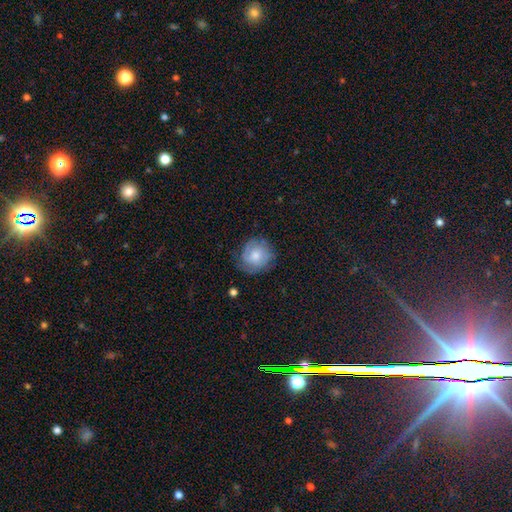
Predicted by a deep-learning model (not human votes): smooth 53%, featured or disk 39%, star or artifact 7%. Down the decision tree: how rounded — round (84%); merging — none (71%).